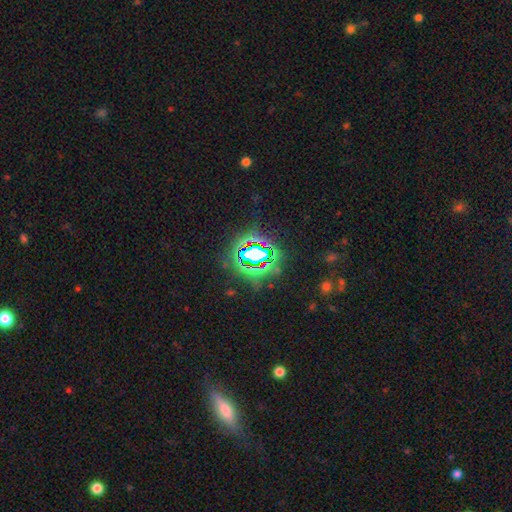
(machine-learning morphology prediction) Overall: star or artifact (73%).